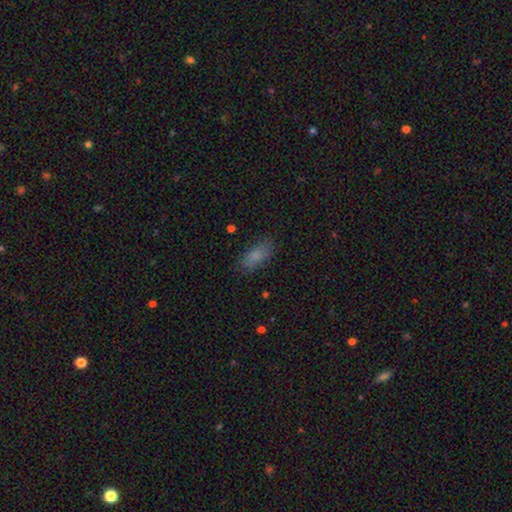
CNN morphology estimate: smooth_or_featured: smooth (p=0.82) [alt: star or artifact p=0.09]
how_rounded: in between (p=0.81) [alt: cigar-shaped p=0.16]
merging: none (p=0.80) [alt: minor disturbance p=0.14]